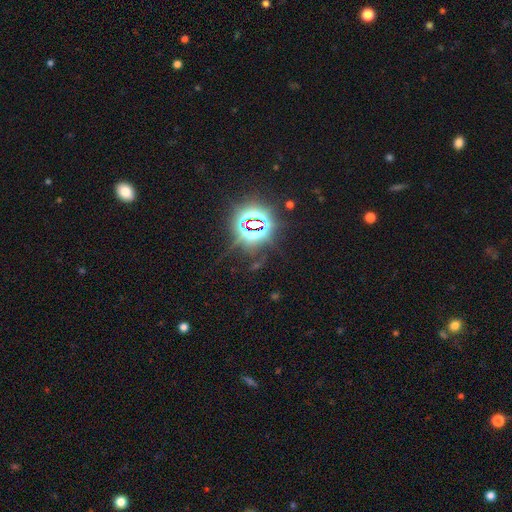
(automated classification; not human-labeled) star or artifact 85%, smooth 9%, featured or disk 6%.